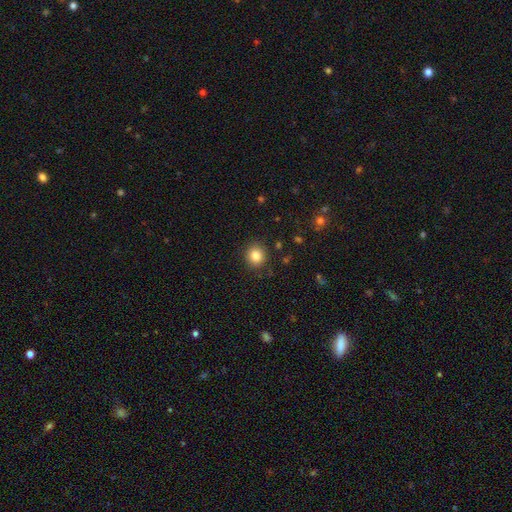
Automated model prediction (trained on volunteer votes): Smooth or featured: smooth — 84% (star or artifact — 11%)
How rounded: round — 87% (in between — 13%)
Merging: none — 88% (minor disturbance — 8%)